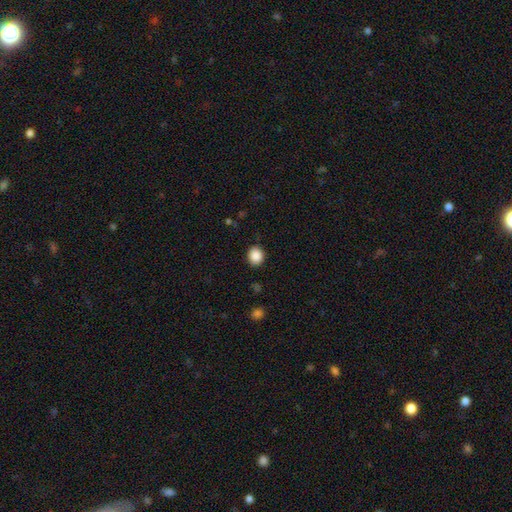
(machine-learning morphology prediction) type=smooth (88%); roundness=round (71%); merging=none (89%).